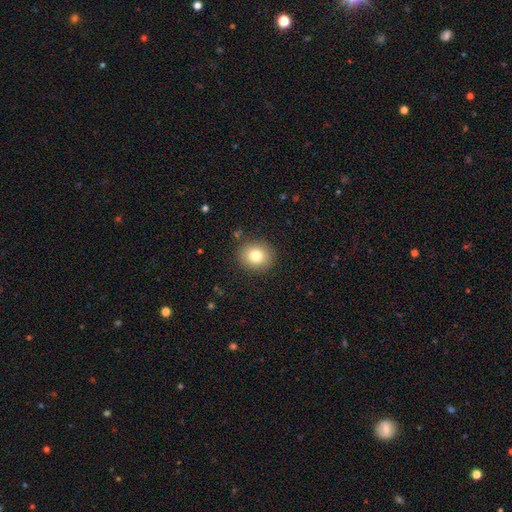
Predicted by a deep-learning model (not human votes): smooth_or_featured: smooth (p=0.79) [alt: star or artifact p=0.11]
how_rounded: round (p=0.78) [alt: in between p=0.21]
merging: none (p=0.88) [alt: minor disturbance p=0.08]